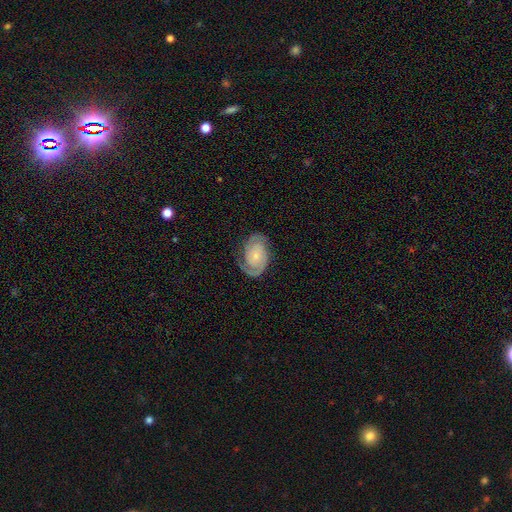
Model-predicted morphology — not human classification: A featured or disk galaxy (86%) with no bar (70%), 2 (86%) tight (58%) spiral arms (97%) and a small central bulge (69%). Merging: none (78%).